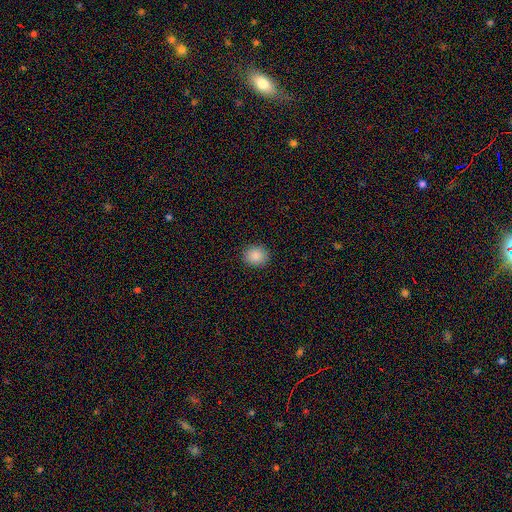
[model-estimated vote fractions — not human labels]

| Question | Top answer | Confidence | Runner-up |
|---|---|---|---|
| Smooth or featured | smooth | 87% | star or artifact (9%) |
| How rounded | round | 74% | in between (25%) |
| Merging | none | 91% | minor disturbance (7%) |